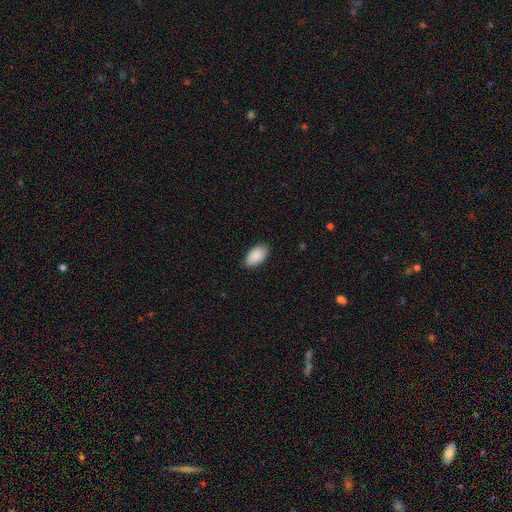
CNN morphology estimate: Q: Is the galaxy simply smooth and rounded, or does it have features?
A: smooth — 90%.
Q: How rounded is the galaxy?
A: in between — 95%.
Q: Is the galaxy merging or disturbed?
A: none — 84%.